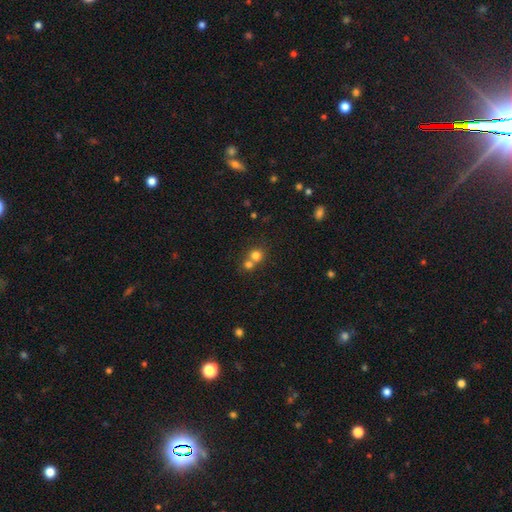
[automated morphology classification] Overall: smooth (75%). How rounded: round (85%). Merging: merger (53%; none 40%).